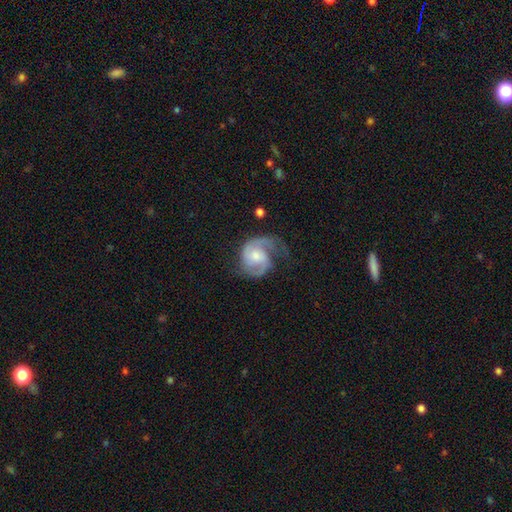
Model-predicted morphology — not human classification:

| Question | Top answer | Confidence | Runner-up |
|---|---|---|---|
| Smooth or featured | featured or disk | 83% | smooth (12%) |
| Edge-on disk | no | 98% | yes (2%) |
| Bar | no | 59% | weak (35%) |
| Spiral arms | yes | 96% | no (4%) |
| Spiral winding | medium | 49% | tight (28%) |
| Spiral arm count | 2 | 77% | 1 (10%) |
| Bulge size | moderate | 45% | small (42%) |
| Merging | none | 49% | major disturbance (25%) |